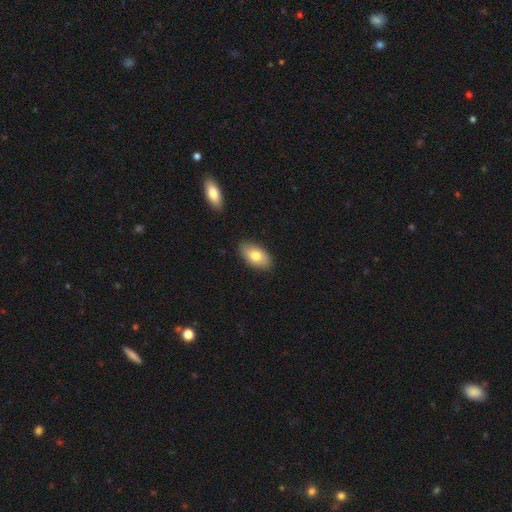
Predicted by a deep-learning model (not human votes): Morphology: type=smooth (78%); roundness=in between (94%); merging=none (87%).